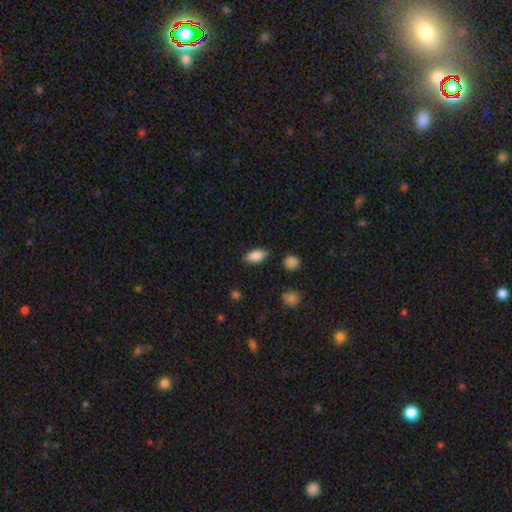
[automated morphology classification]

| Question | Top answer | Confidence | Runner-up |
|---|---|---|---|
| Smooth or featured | smooth | 86% | star or artifact (7%) |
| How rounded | in between | 88% | cigar-shaped (8%) |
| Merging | none | 84% | minor disturbance (11%) |